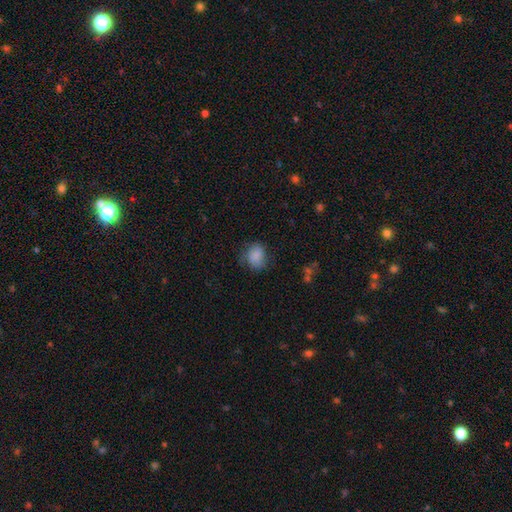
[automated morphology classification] smooth_or_featured: smooth (p=0.81) [alt: featured or disk p=0.10]
how_rounded: in between (p=0.54) [alt: round p=0.45]
merging: none (p=0.57) [alt: minor disturbance p=0.29]